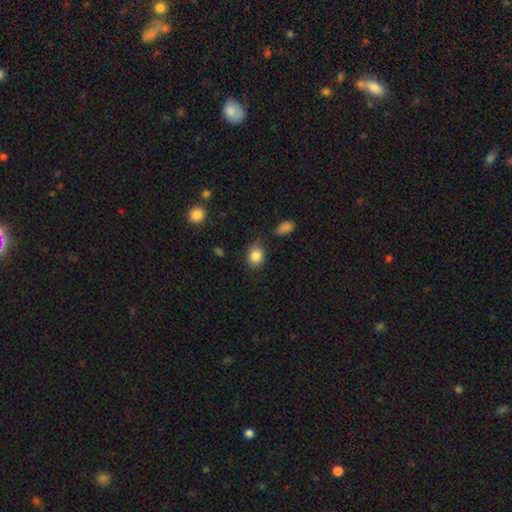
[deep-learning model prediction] Smooth or featured?
  - smooth: 85% *
  - star or artifact: 9%
  - featured or disk: 6%
How rounded?
  - round: 54% *
  - in between: 45%
  - cigar-shaped: 1%
Merging?
  - none: 69% *
  - minor disturbance: 22%
  - major disturbance: 5%
  - merger: 4%